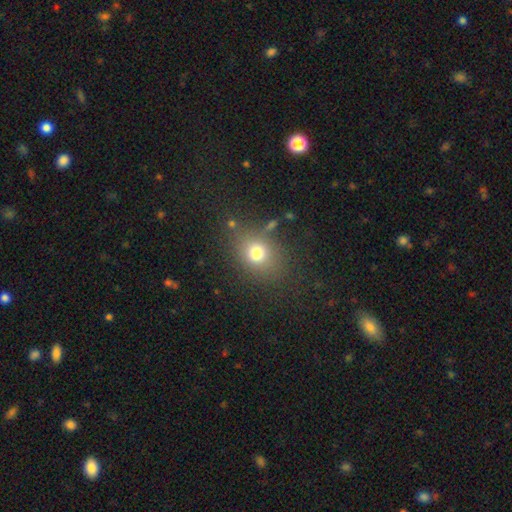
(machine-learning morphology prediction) smooth 75%, star or artifact 15%, featured or disk 10%. Down the decision tree: how rounded — round (52%); merging — none (74%).